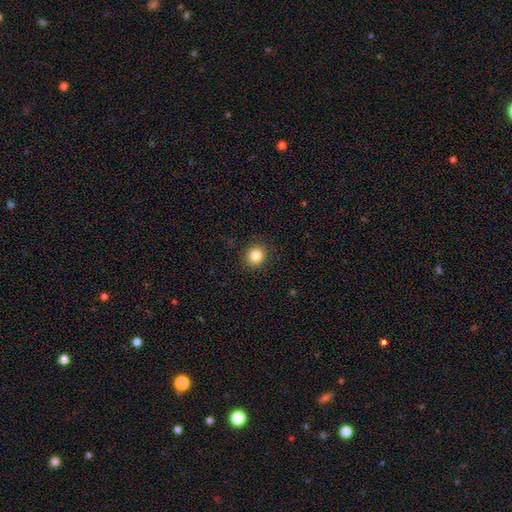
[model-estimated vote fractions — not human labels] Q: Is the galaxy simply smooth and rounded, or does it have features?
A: smooth — 84%.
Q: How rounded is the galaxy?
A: round — 80%.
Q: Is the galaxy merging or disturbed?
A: none — 90%.